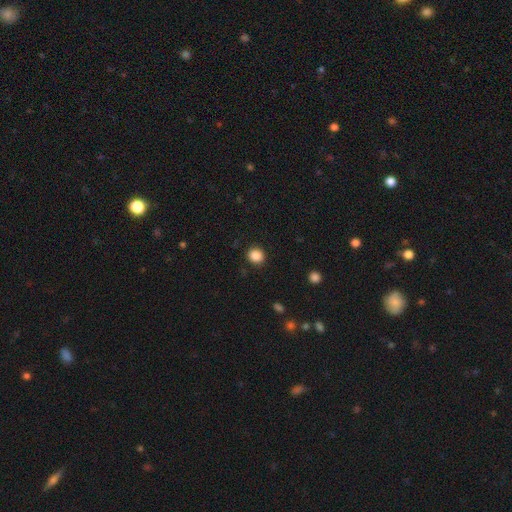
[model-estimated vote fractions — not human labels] Q: Smooth or featured?
A: smooth (88%); runner-up: star or artifact (10%)
Q: How rounded?
A: round (82%); runner-up: in between (17%)
Q: Merging?
A: none (89%); runner-up: minor disturbance (7%)